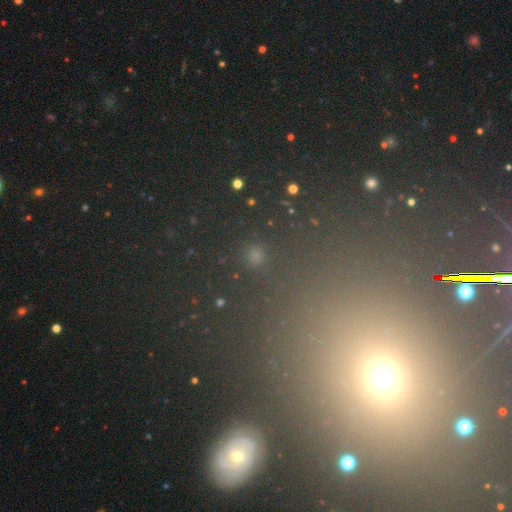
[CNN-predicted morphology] Q: Smooth or featured?
A: smooth (56%); runner-up: star or artifact (36%)
Q: How rounded?
A: round (83%); runner-up: in between (14%)
Q: Merging?
A: none (81%); runner-up: minor disturbance (9%)